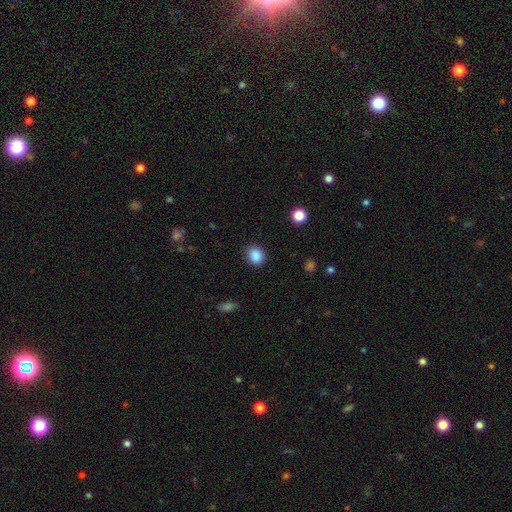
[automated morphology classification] type=smooth (88%); roundness=round (63%); merging=none (86%).